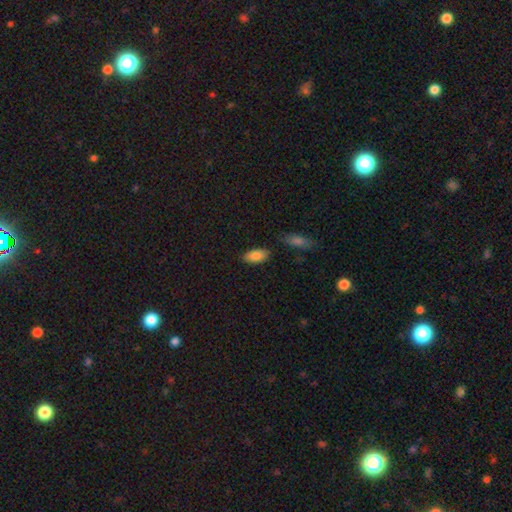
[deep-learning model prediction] This is clearly a smooth galaxy (84%). How rounded: clearly in between (90%). Merging: clearly none (82%).